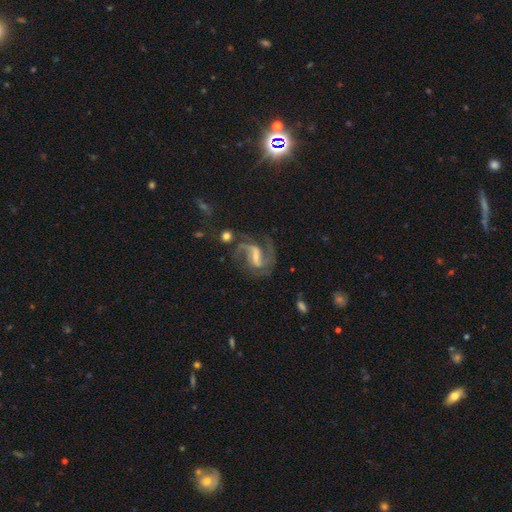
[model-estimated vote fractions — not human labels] Smooth or featured: featured or disk — 86% (star or artifact — 8%)
Edge-on disk: no — 97% (yes — 3%)
Bar: weak — 45% (strong — 39%)
Spiral arms: yes — 96% (no — 4%)
Spiral winding: medium — 52% (loose — 32%)
Spiral arm count: 2 — 67% (3 — 13%)
Bulge size: small — 50% (moderate — 29%)
Merging: none — 57% (major disturbance — 20%)